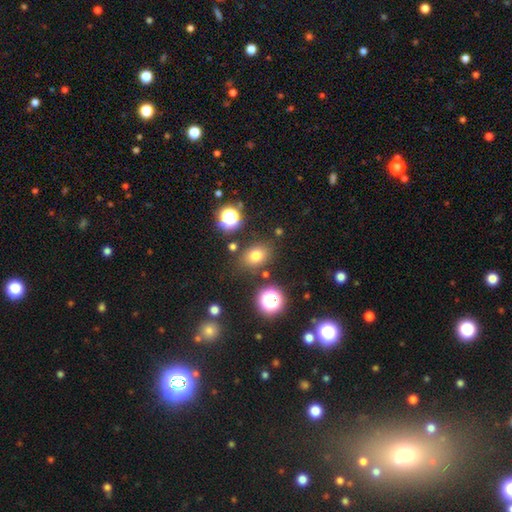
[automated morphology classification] Smooth or featured?
  - smooth: 73% *
  - star or artifact: 18%
  - featured or disk: 9%
How rounded?
  - in between: 58% *
  - round: 41%
  - cigar-shaped: 1%
Merging?
  - none: 81% *
  - minor disturbance: 11%
  - merger: 4%
  - major disturbance: 4%